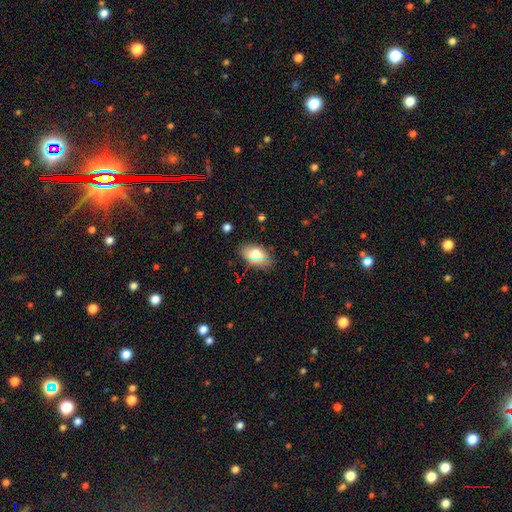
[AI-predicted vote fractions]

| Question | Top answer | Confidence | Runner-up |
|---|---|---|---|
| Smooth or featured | smooth | 72% | featured or disk (17%) |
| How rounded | in between | 89% | round (7%) |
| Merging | none | 79% | minor disturbance (16%) |